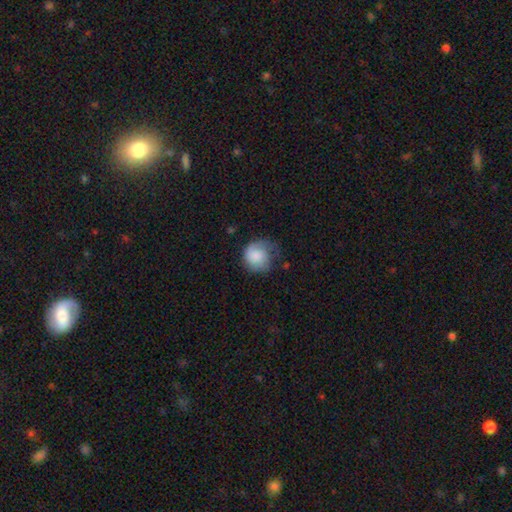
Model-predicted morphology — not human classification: type=smooth (67%); roundness=round (81%); merging=none (43%).